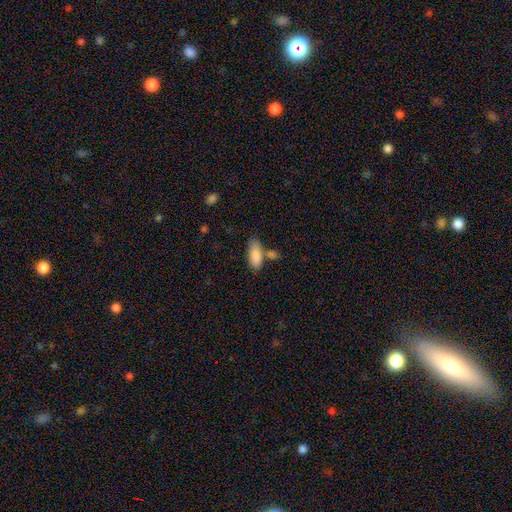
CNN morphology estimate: smooth_or_featured: smooth (p=0.87) [alt: featured or disk p=0.07]
how_rounded: in between (p=0.83) [alt: cigar-shaped p=0.14]
merging: none (p=0.58) [alt: merger p=0.21]